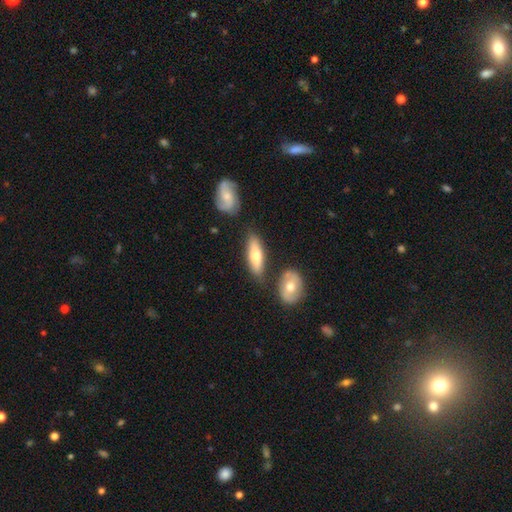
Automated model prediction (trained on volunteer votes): Smooth or featured: smooth — 62% (featured or disk — 32%)
How rounded: cigar-shaped — 53% (in between — 45%)
Merging: none — 72% (minor disturbance — 15%)